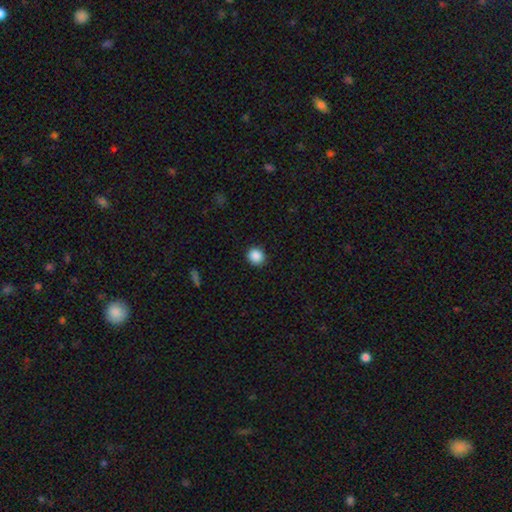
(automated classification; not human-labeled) Smooth or featured? smooth (88%)
How rounded? round (87%)
Merging? none (91%)